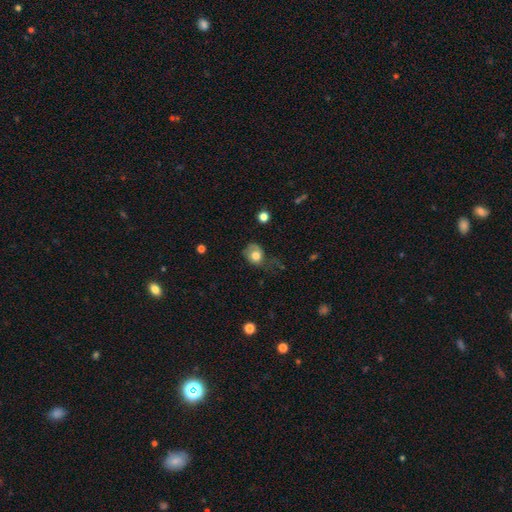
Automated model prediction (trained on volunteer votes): Overall: smooth (71%). How rounded: round (56%; in between 43%). Merging: none (36%; minor disturbance 33%).